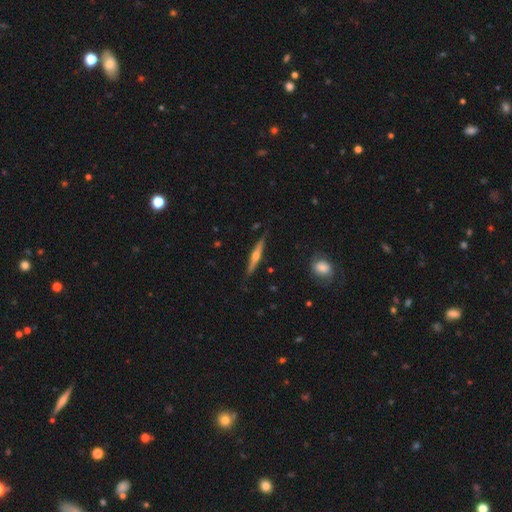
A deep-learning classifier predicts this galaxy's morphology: Q: Smooth or featured?
A: featured or disk (69%); runner-up: smooth (25%)
Q: Edge-on disk?
A: yes (97%); runner-up: no (3%)
Q: Edge-on bulge?
A: rounded (92%); runner-up: none (5%)
Q: Merging?
A: none (87%); runner-up: minor disturbance (10%)